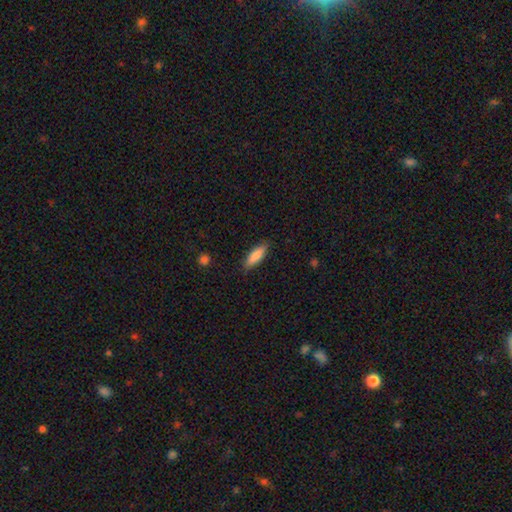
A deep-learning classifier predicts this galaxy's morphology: This is clearly a smooth galaxy (84%). How rounded: possibly cigar-shaped (56%). Merging: clearly none (87%).